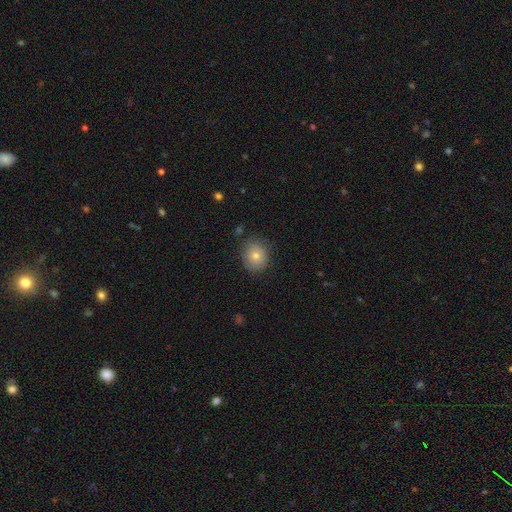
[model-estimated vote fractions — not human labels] smooth_or_featured: smooth (p=0.76) [alt: featured or disk p=0.12]
how_rounded: round (p=0.77) [alt: in between p=0.22]
merging: none (p=0.84) [alt: minor disturbance p=0.11]